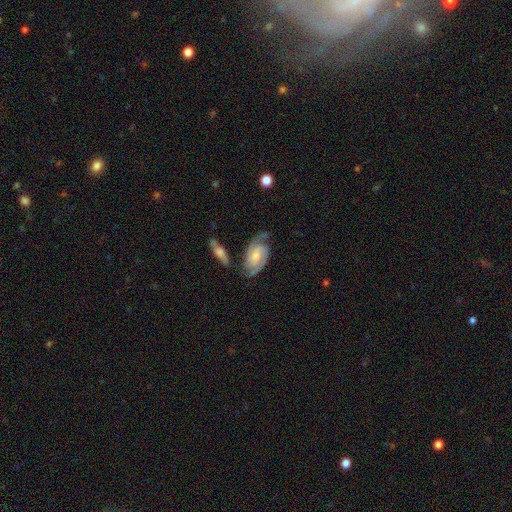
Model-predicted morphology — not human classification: smooth-or-featured: featured or disk: 83% | smooth: 12% | star or artifact: 5%
  disk-edge-on: no: 96% | yes: 4%
    bar: no: 48% | weak: 41% | strong: 11%
    has-spiral-arms: yes: 97% | no: 3%
      spiral-winding: tight: 47% | medium: 43% | loose: 10%
      spiral-arm-count: 2: 88% | can't tell: 6% | 3: 3% | 1: 2% | 4: 1% | more than 4: 1%
    bulge-size: small: 38% | moderate: 34% | none: 18% | large: 8% | dominant: 2%
  merging: none: 68% | minor disturbance: 18% | merger: 7% | major disturbance: 7%